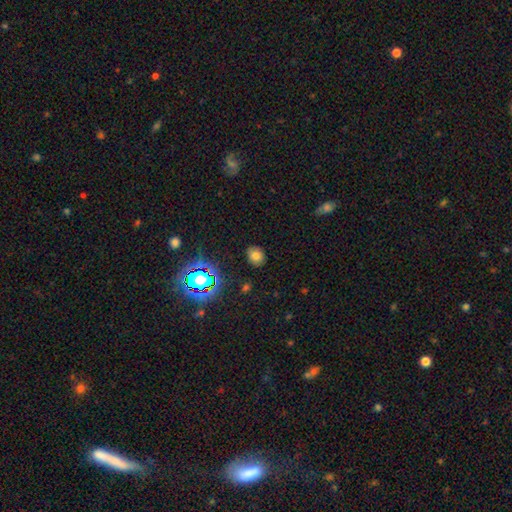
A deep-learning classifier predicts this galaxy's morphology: Q: Smooth or featured?
A: smooth (71%); runner-up: star or artifact (19%)
Q: How rounded?
A: round (59%); runner-up: in between (40%)
Q: Merging?
A: none (85%); runner-up: minor disturbance (10%)